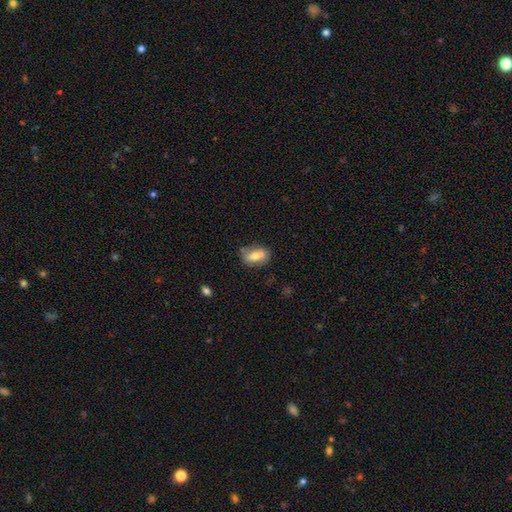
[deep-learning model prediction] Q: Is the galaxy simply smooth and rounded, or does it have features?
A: smooth — 61%.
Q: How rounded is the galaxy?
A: in between — 77%.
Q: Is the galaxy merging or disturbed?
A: none — 47%.